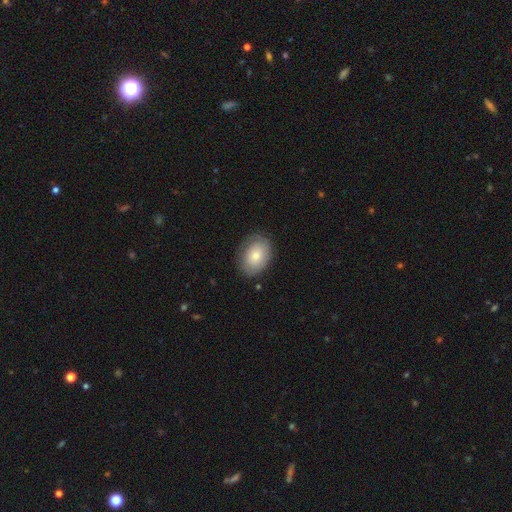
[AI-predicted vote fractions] The model was most divided on "how rounded": in between: 76%, round: 23%, cigar-shaped: 1%. More confident: merging — none (81%); smooth or featured — smooth (77%).